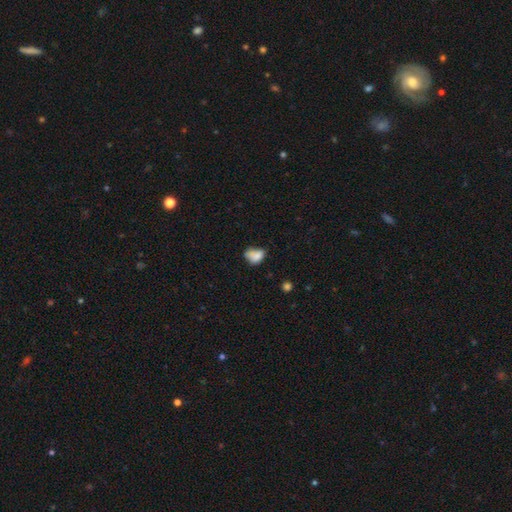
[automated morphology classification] Q: Smooth or featured?
A: smooth (77%); runner-up: featured or disk (12%)
Q: How rounded?
A: in between (66%); runner-up: round (33%)
Q: Merging?
A: none (37%); runner-up: minor disturbance (35%)